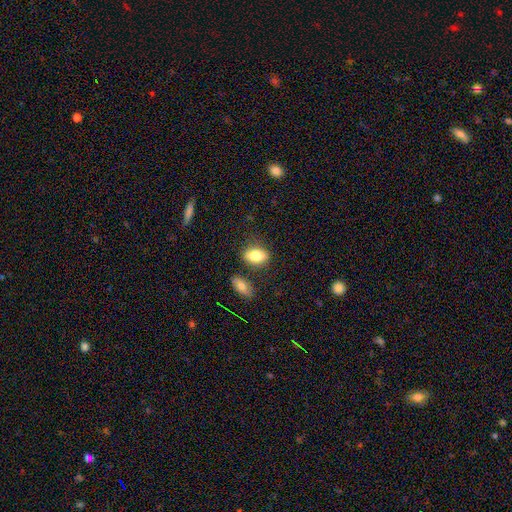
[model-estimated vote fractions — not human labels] Smooth or featured? smooth (80%)
How rounded? in between (84%)
Merging? none (74%)